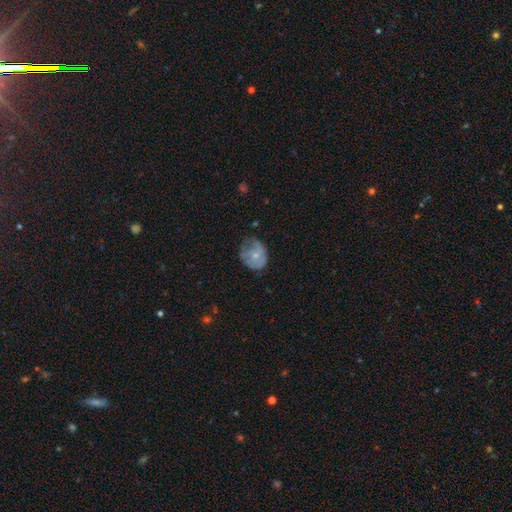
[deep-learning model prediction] This appears to be a smooth galaxy with no disk features (52%) that is round (58%). Merging: none (45%).